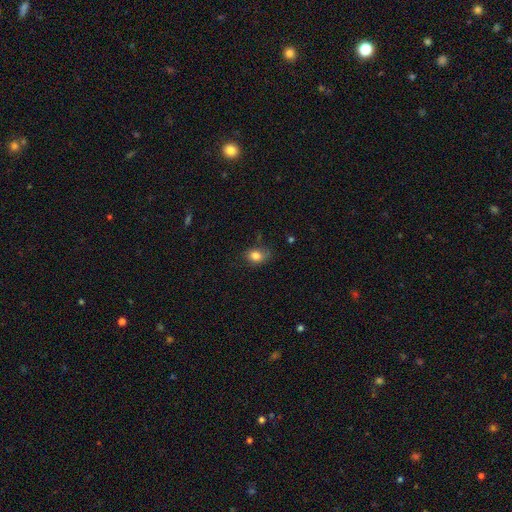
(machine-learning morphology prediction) Smooth or featured?
  - smooth: 82% *
  - star or artifact: 9%
  - featured or disk: 9%
How rounded?
  - in between: 67% *
  - round: 32%
  - cigar-shaped: 1%
Merging?
  - none: 61% *
  - minor disturbance: 28%
  - major disturbance: 8%
  - merger: 2%